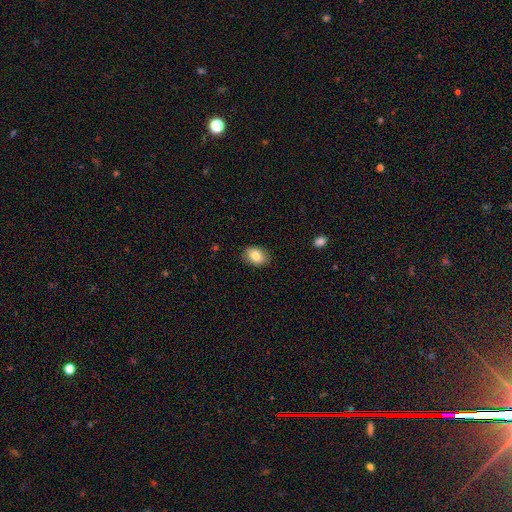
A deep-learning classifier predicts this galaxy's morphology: smooth 81%, featured or disk 11%, star or artifact 8%. Down the decision tree: how rounded — in between (78%); merging — none (86%).